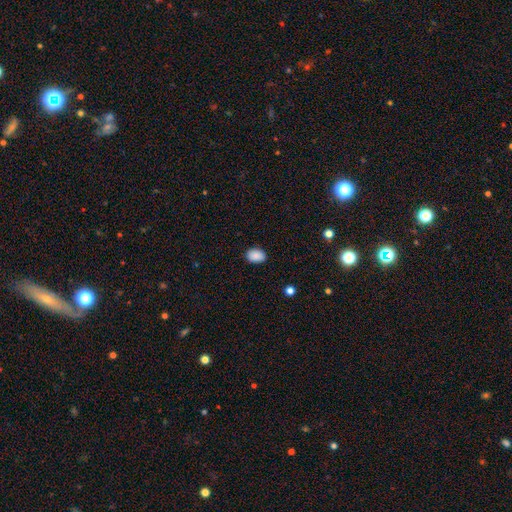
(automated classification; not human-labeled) Smooth or featured: smooth — 90% (star or artifact — 8%)
How rounded: in between — 83% (round — 16%)
Merging: none — 87% (minor disturbance — 10%)